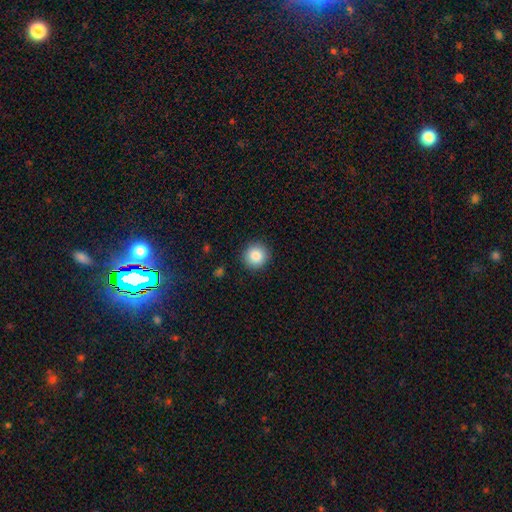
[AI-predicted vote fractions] Overall: smooth (87%). How rounded: round (93%). Merging: none (91%).